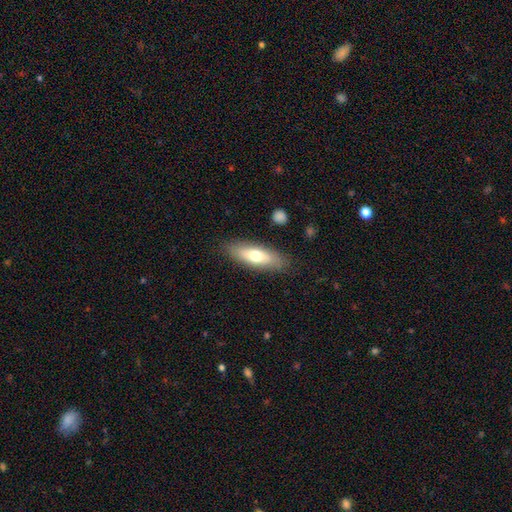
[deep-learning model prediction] Smooth or featured? Predicted: smooth (p=0.61). How rounded? Predicted: in between (p=0.59). Merging? Predicted: none (p=0.85).